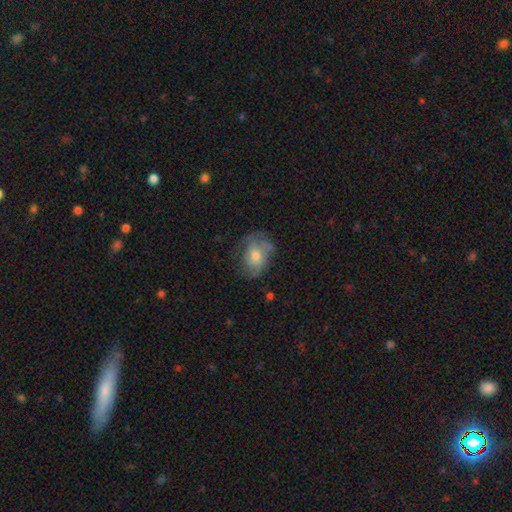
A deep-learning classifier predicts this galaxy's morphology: Smooth or featured? featured or disk (46%)
Merging? none (53%)